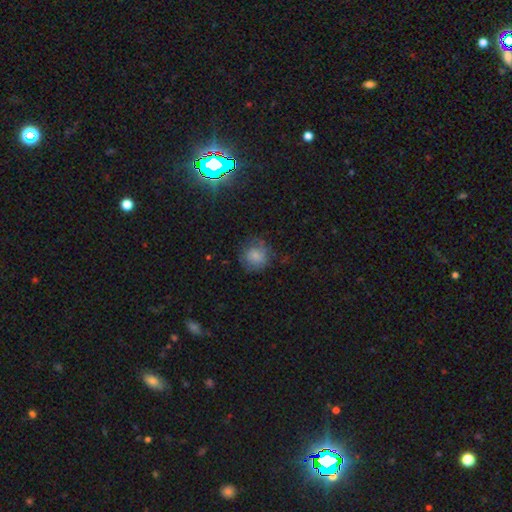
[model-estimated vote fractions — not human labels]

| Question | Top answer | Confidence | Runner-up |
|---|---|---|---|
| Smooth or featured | smooth | 70% | featured or disk (19%) |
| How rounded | round | 86% | in between (14%) |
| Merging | none | 67% | minor disturbance (21%) |